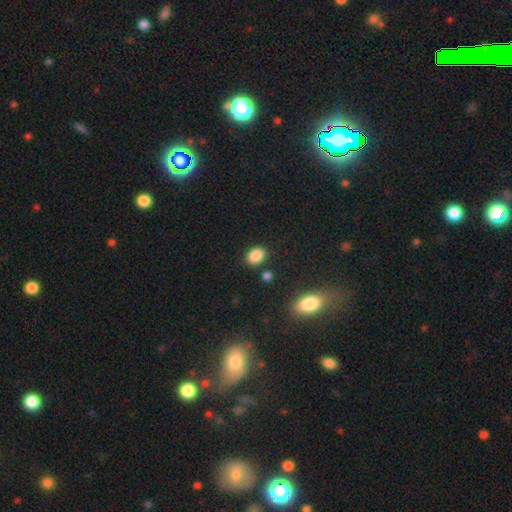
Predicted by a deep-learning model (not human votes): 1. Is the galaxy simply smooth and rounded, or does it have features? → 87% smooth, 9% star or artifact, 4% featured or disk.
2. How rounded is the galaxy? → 69% in between, 30% round, 1% cigar-shaped.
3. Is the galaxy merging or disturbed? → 82% none, 10% minor disturbance, 4% merger, 3% major disturbance.